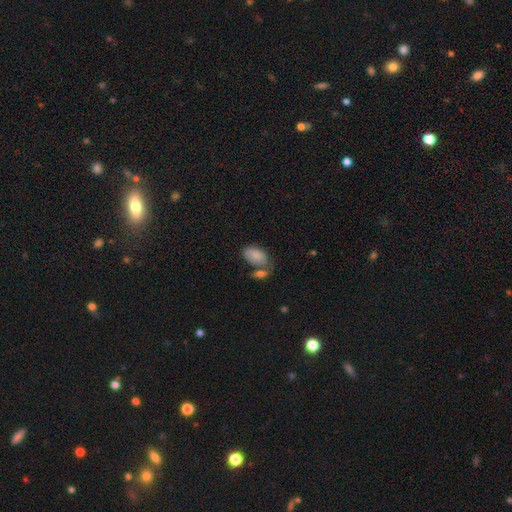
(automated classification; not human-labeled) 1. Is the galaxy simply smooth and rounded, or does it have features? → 83% smooth, 10% featured or disk, 7% star or artifact.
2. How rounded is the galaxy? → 94% in between, 5% round, 2% cigar-shaped.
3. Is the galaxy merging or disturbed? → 40% none, 33% merger, 18% minor disturbance, 8% major disturbance.